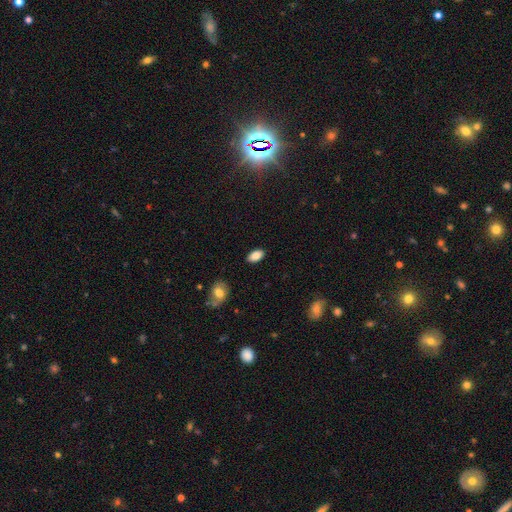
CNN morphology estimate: Smooth or featured? smooth (86%)
How rounded? in between (93%)
Merging? none (88%)